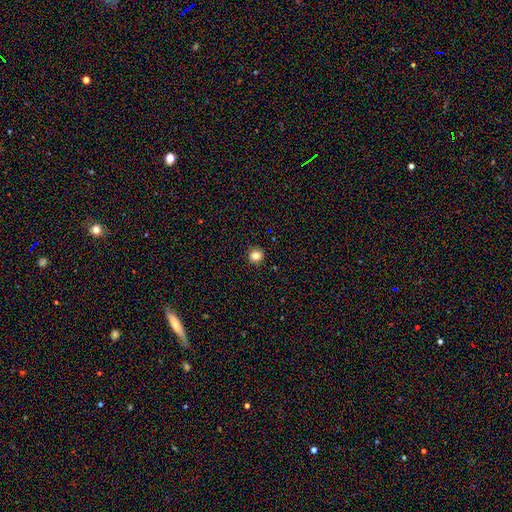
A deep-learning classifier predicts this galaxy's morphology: Q: Smooth or featured?
A: smooth (84%); runner-up: star or artifact (12%)
Q: How rounded?
A: round (92%); runner-up: in between (7%)
Q: Merging?
A: none (92%); runner-up: minor disturbance (5%)